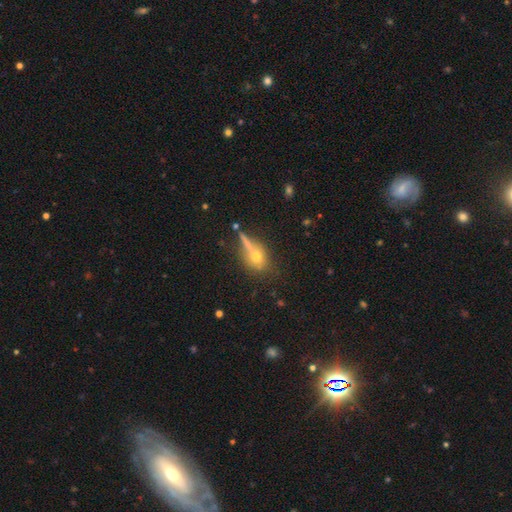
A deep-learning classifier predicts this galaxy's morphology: smooth 52%, featured or disk 29%, star or artifact 19%. Down the decision tree: how rounded — round (46%); merging — none (51%).